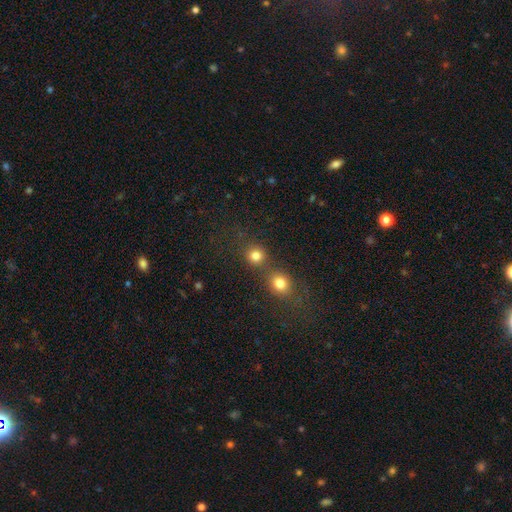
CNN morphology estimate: The model was most divided on "merging": none: 58%, merger: 32%, minor disturbance: 6%, major disturbance: 4%. More confident: how rounded — round (89%); smooth or featured — smooth (81%).